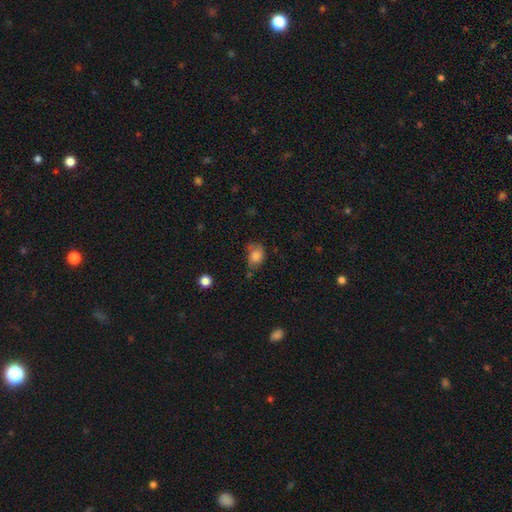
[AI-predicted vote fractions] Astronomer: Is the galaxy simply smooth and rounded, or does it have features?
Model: smooth — 80%.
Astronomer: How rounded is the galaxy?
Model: in between — 62%.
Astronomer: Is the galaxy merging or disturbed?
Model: none — 45% (runner-up: minor disturbance, 35%).